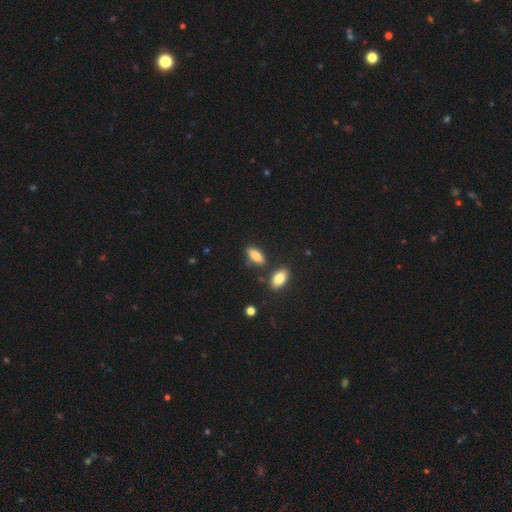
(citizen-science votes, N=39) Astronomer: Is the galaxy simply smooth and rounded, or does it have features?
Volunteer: smooth — 90%.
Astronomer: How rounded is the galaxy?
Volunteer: in between — 74%.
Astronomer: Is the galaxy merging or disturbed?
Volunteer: none — 76%.